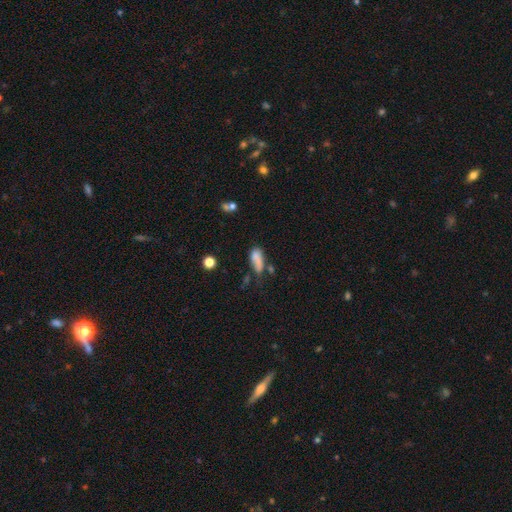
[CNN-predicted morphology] Smooth or featured? Predicted: smooth (p=0.74). How rounded? Predicted: in between (p=0.74). Merging? Predicted: none (p=0.32).